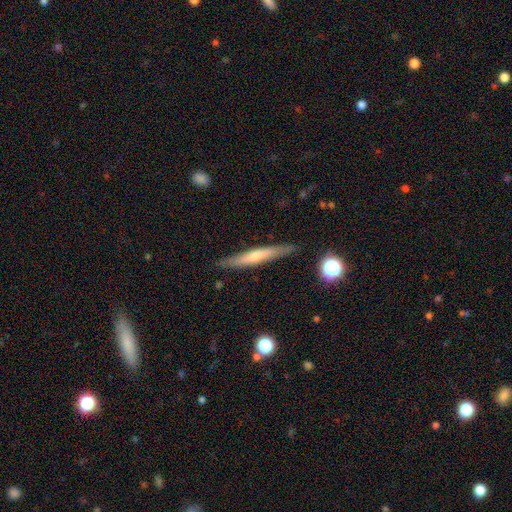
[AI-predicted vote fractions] A featured or disk galaxy (47%). Merging: none (88%).